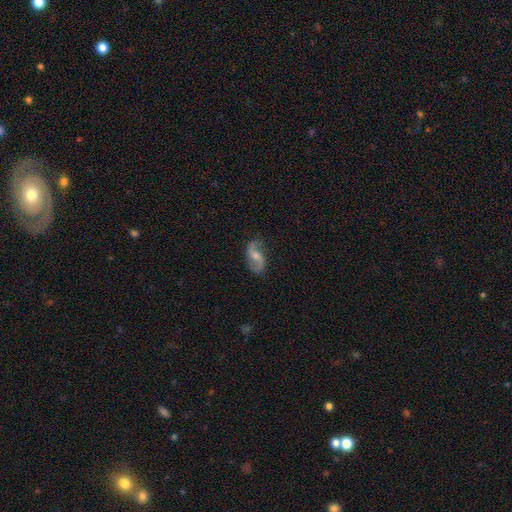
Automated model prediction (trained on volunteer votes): This appears to be a featured or disk galaxy (81%) with a weak bar (49%), 2 (92%) loose (64%) spiral arms (95%) and a moderate central bulge (44%). Merging: none (80%).